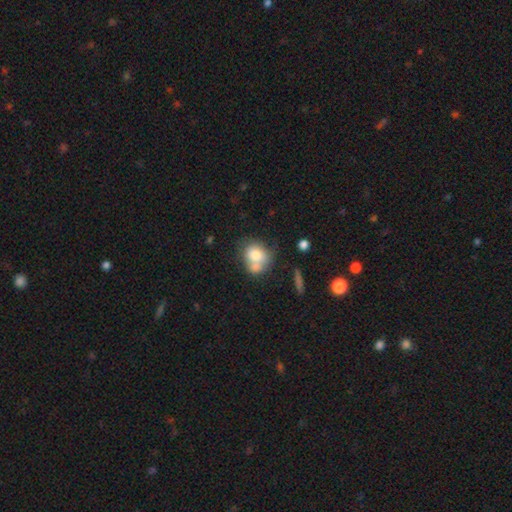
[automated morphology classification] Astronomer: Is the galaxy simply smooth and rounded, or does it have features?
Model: smooth — 76%.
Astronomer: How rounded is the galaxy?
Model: round — 56% (runner-up: in between, 43%).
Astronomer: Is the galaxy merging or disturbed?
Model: merger — 43% (runner-up: none, 36%).